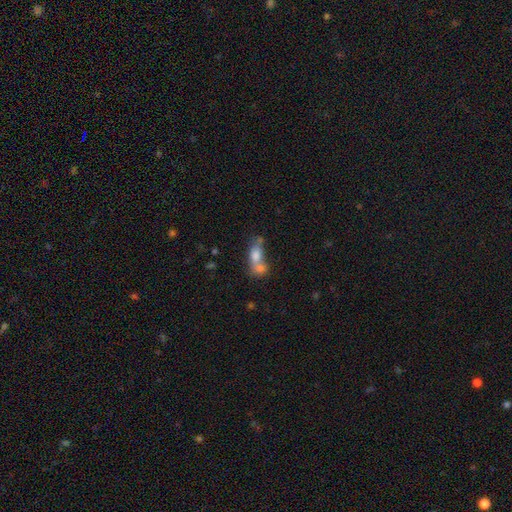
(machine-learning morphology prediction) smooth_or_featured: smooth (p=0.70) [alt: featured or disk p=0.20]
how_rounded: in between (p=0.71) [alt: round p=0.19]
merging: merger (p=0.64) [alt: none p=0.22]